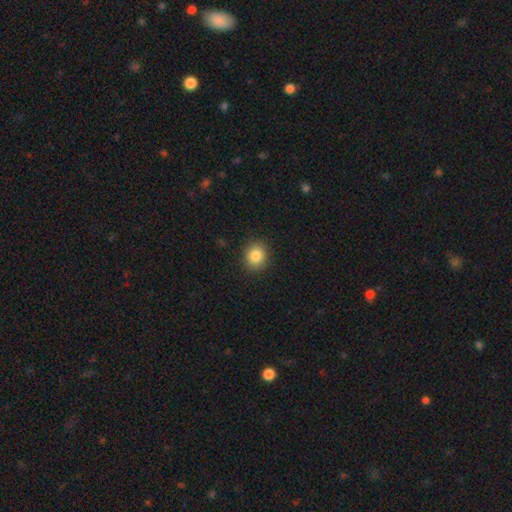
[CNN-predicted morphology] This appears to be a smooth galaxy with no disk features (85%) that is round (78%). Merging: none (90%).